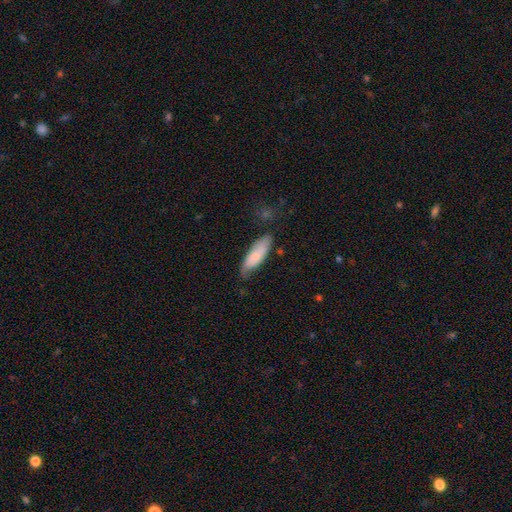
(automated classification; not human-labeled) This appears to be a smooth galaxy with no disk features (74%) that is in between round and cigar-shaped (59%). Merging: none (63%).